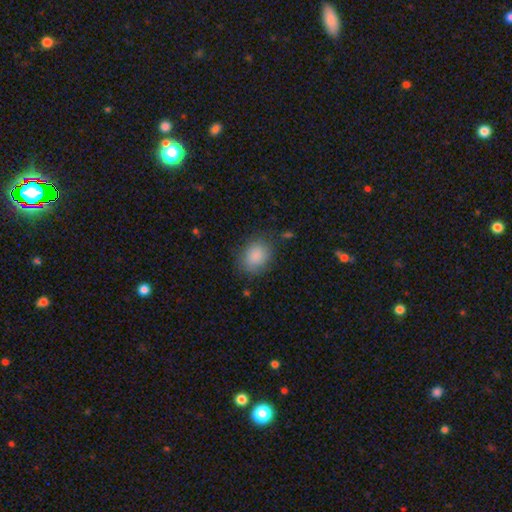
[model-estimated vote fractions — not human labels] Smooth or featured: smooth — 87% (star or artifact — 7%)
How rounded: round — 51% (in between — 49%)
Merging: none — 77% (minor disturbance — 16%)